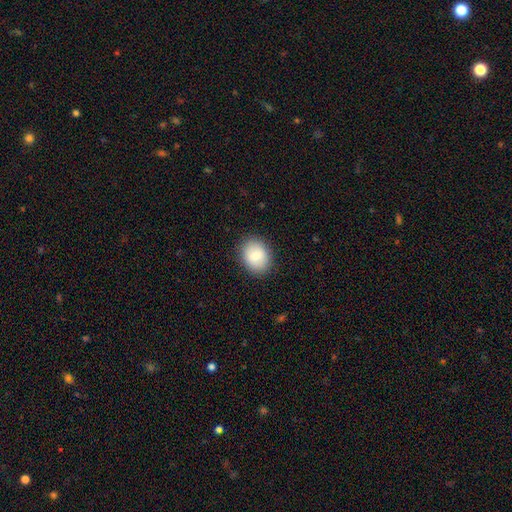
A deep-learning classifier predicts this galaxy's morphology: Overall: smooth (83%). How rounded: round (50%; in between 49%). Merging: none (87%).